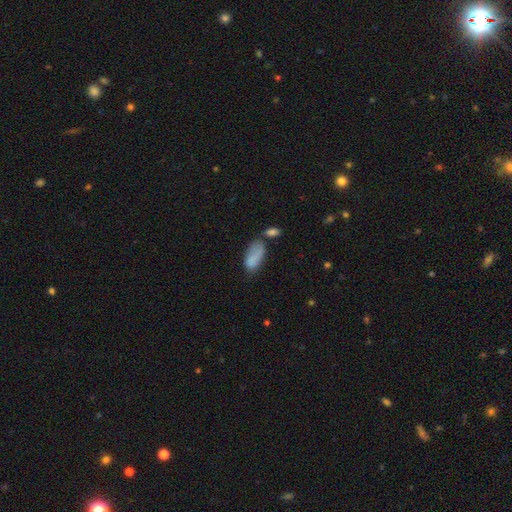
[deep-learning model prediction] Smooth or featured? smooth (73%)
How rounded? in between (86%)
Merging? none (49%)